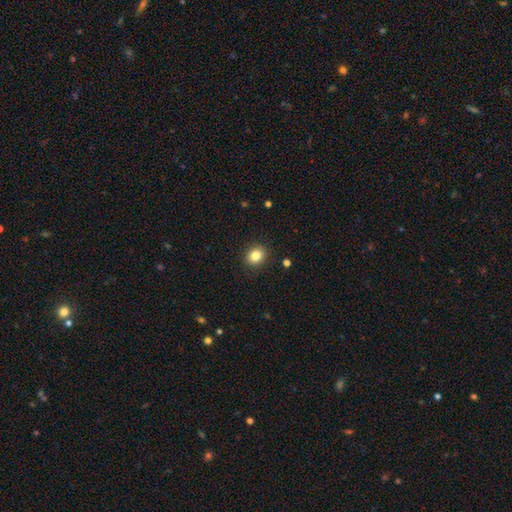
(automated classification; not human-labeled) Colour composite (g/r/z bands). It shows a smooth galaxy with no disk features (83%) that is round (60%). Merging: none (90%).